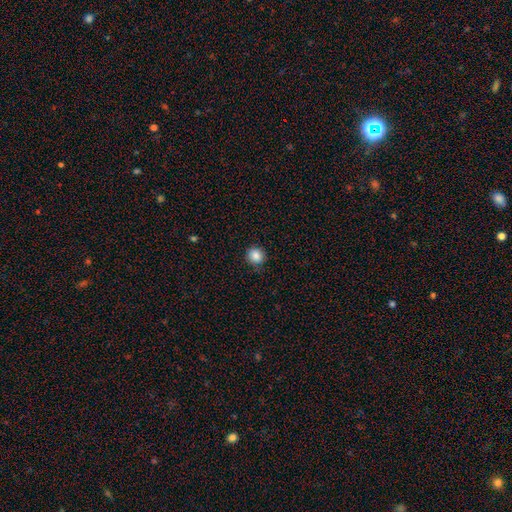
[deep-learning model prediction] A smooth galaxy with no disk features (86%) that is round (90%).

Vote fractions:
- Smooth or featured? smooth: 86% / star or artifact: 10% / featured or disk: 4%
- How rounded? round: 90% / in between: 9% / cigar-shaped: 1%
- Merging? none: 87% / minor disturbance: 10% / major disturbance: 2% / merger: 1%